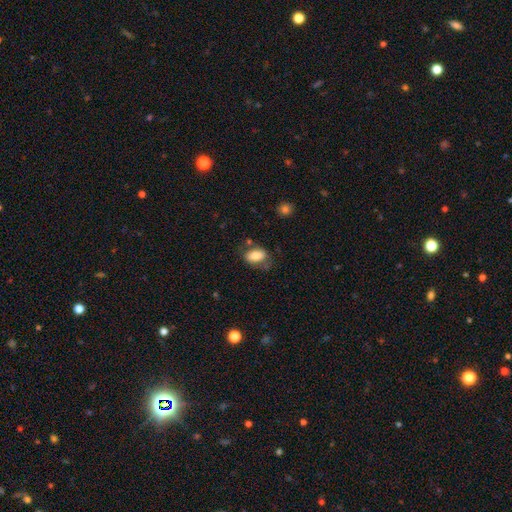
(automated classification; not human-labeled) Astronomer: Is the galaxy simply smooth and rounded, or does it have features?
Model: smooth — 79%.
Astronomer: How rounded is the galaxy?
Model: in between — 88%.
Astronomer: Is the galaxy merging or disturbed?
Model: none — 62%.